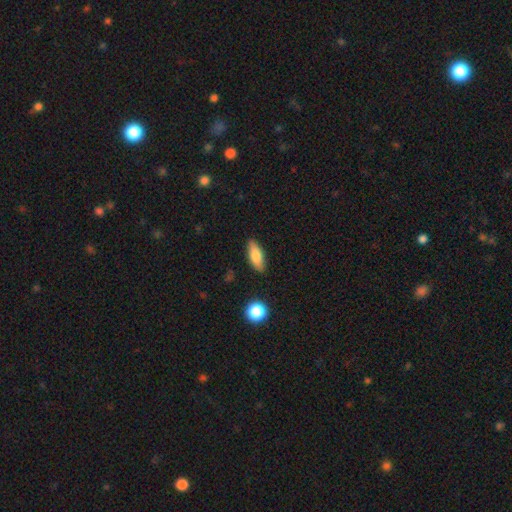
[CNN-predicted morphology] Smooth or featured? Predicted: smooth (p=0.79). How rounded? Predicted: in between (p=0.74). Merging? Predicted: none (p=0.86).